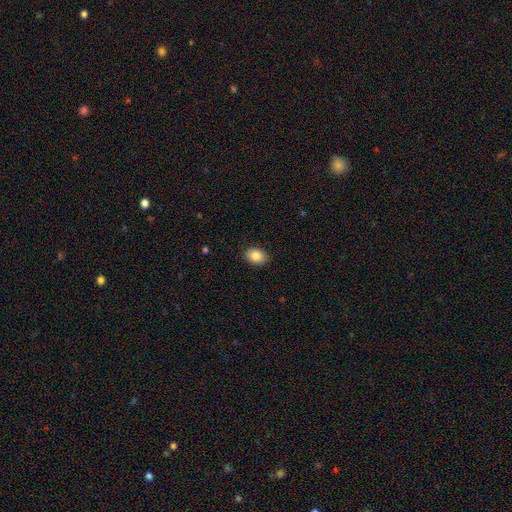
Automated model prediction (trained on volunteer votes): Q: Smooth or featured?
A: smooth (86%); runner-up: star or artifact (8%)
Q: How rounded?
A: in between (72%); runner-up: round (27%)
Q: Merging?
A: none (88%); runner-up: minor disturbance (9%)